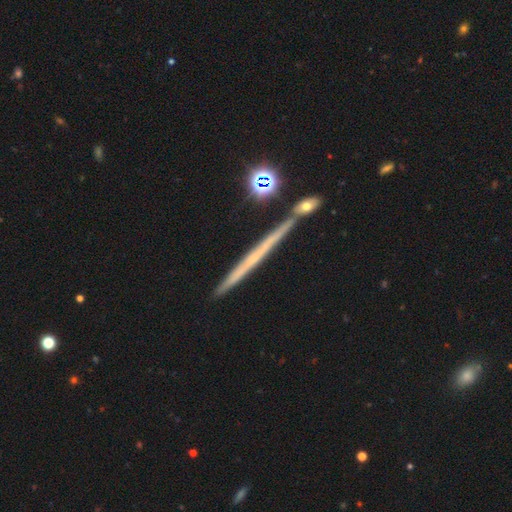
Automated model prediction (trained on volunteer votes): The model was most divided on "smooth or featured": featured or disk: 66%, smooth: 25%, star or artifact: 9%. More confident: edge-on disk — yes (97%); merging — none (83%); edge-on bulge — none (81%).